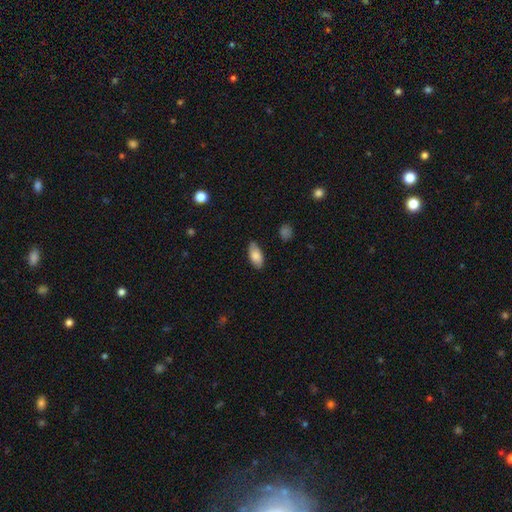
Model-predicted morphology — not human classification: Smooth or featured? smooth (84%)
How rounded? in between (92%)
Merging? none (77%)